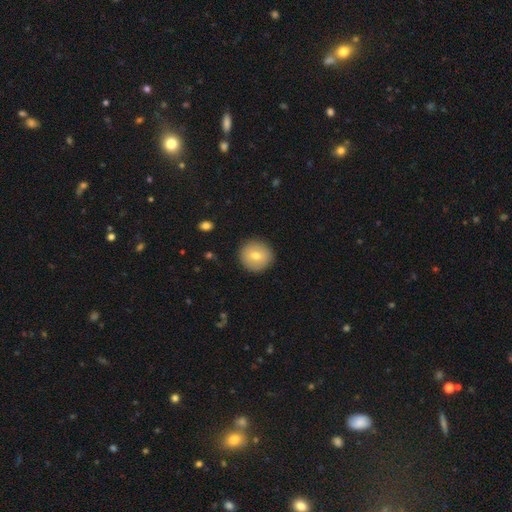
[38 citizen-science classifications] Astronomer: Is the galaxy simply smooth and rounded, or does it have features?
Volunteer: smooth — 84%.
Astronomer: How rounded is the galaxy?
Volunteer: round — 97%.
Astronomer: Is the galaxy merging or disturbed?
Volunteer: none — 94%.